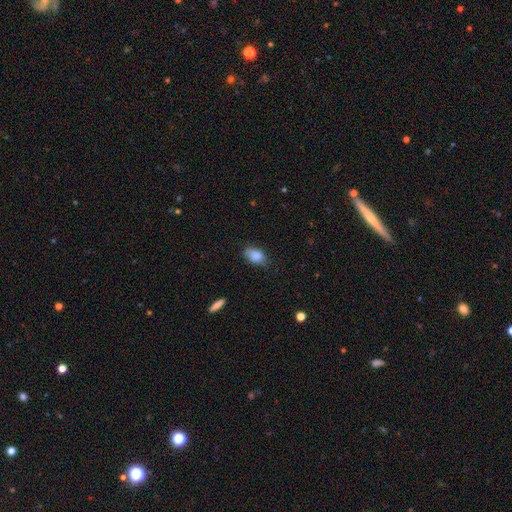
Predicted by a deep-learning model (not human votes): Smooth or featured: smooth — 86% (star or artifact — 7%)
How rounded: in between — 89% (round — 9%)
Merging: none — 70% (minor disturbance — 24%)